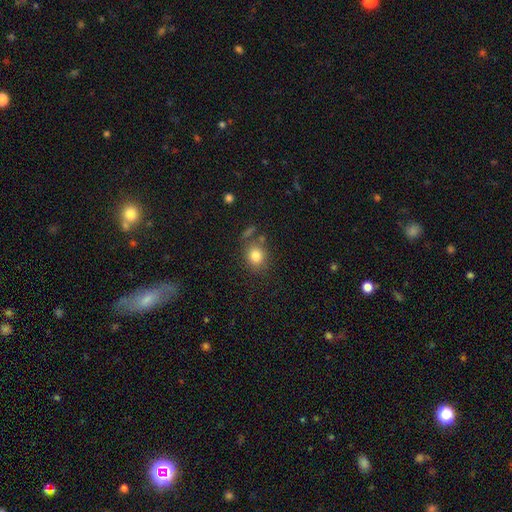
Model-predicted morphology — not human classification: This is clearly a smooth galaxy (81%). How rounded: likely round (69%). Merging: likely none (73%).